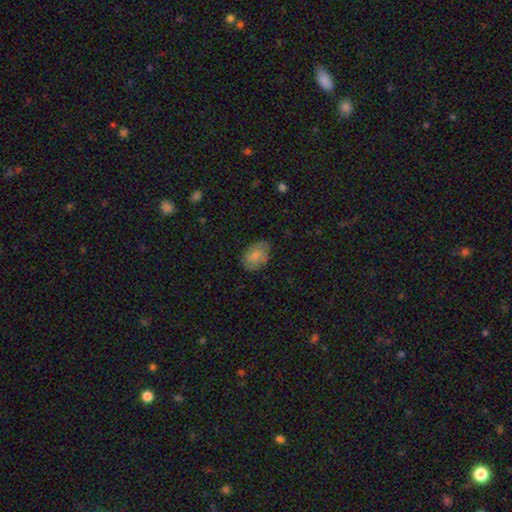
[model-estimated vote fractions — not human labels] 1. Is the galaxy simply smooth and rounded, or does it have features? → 80% smooth, 13% featured or disk, 7% star or artifact.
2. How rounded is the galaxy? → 83% in between, 16% round, 1% cigar-shaped.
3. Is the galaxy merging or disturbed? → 75% none, 19% minor disturbance, 4% major disturbance, 1% merger.